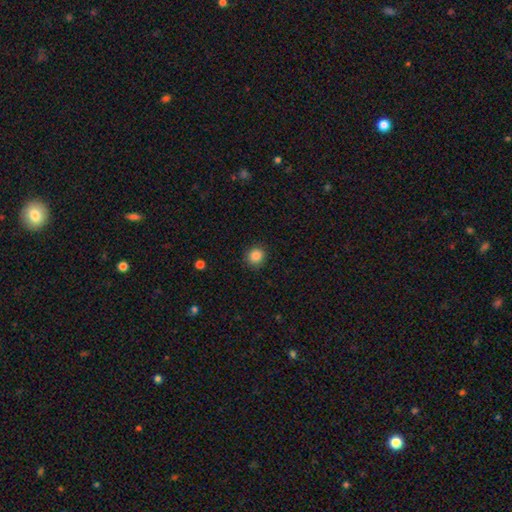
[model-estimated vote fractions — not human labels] A smooth galaxy with no disk features (85%) that is round (88%). Merging: none (90%).